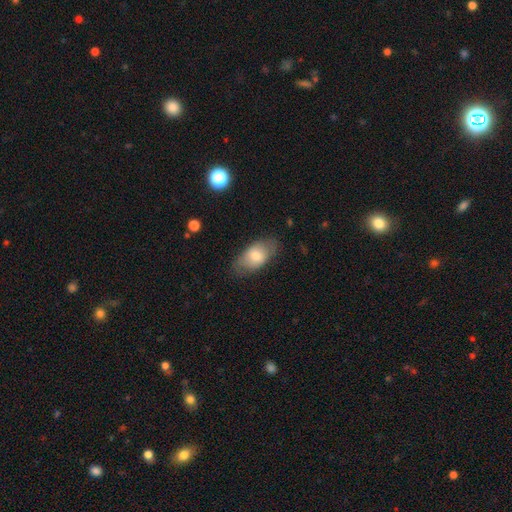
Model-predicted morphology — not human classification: A smooth galaxy with no disk features (73%) that is in between round and cigar-shaped (91%). Merging: none (75%).